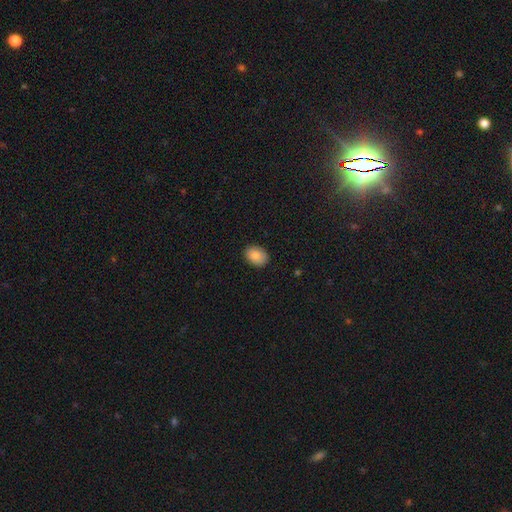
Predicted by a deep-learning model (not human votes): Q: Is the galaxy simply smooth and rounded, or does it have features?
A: smooth — 86%.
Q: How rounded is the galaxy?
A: in between — 76%.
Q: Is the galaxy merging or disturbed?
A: none — 88%.